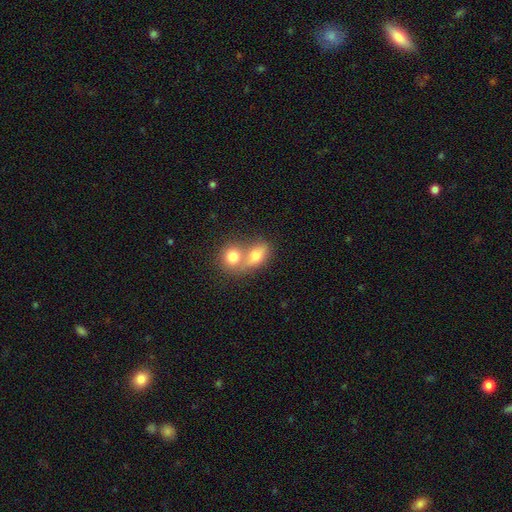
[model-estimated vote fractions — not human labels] smooth_or_featured: smooth (p=0.75) [alt: featured or disk p=0.17]
how_rounded: in between (p=0.65) [alt: round p=0.31]
merging: merger (p=0.63) [alt: none p=0.26]